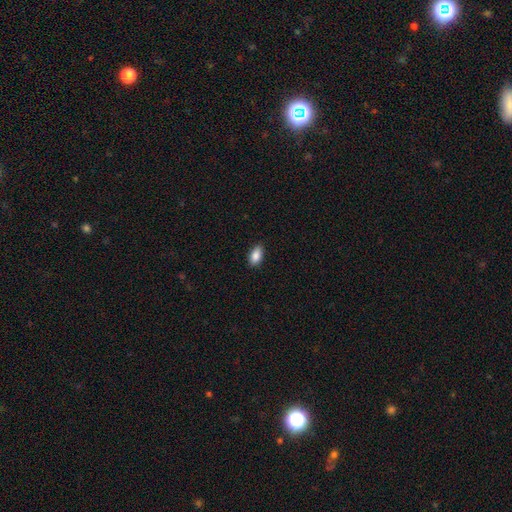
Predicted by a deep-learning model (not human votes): smooth-or-featured: smooth: 88% | star or artifact: 7% | featured or disk: 5%
  how-rounded: in between: 92% | round: 5% | cigar-shaped: 3%
  merging: none: 86% | minor disturbance: 11% | major disturbance: 2% | merger: 1%